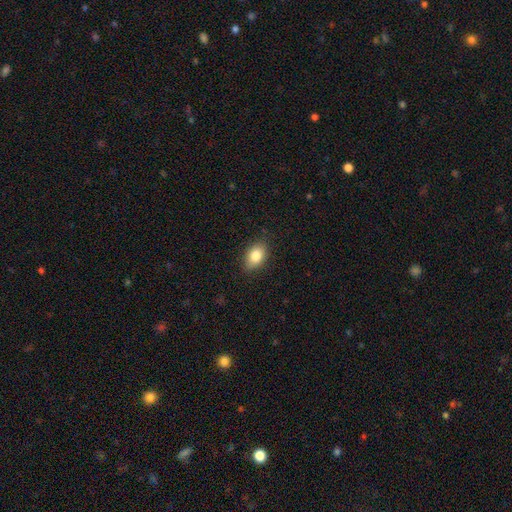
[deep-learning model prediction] Smooth or featured? Predicted: smooth (p=0.82). How rounded? Predicted: in between (p=0.86). Merging? Predicted: none (p=0.85).